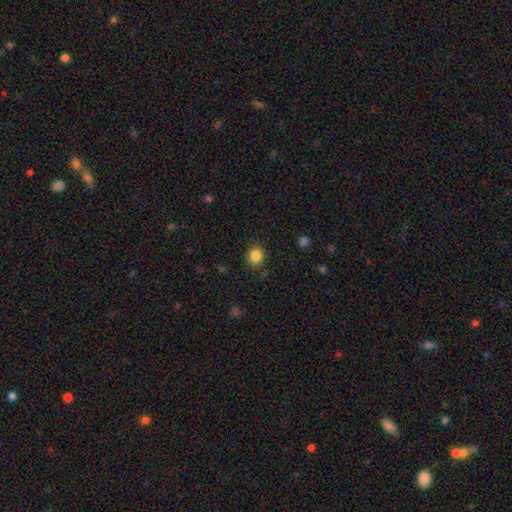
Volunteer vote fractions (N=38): Overall: smooth (89%). How rounded: round (91%). Merging: none (86%).